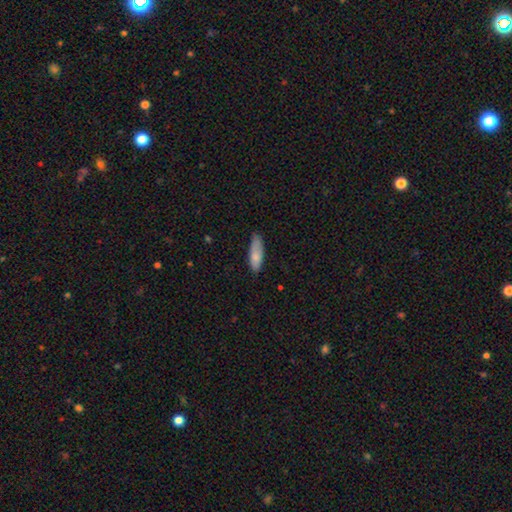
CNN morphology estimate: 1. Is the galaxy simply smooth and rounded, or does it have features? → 82% smooth, 12% featured or disk, 6% star or artifact.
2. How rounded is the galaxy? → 55% in between, 43% cigar-shaped, 2% round.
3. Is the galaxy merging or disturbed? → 65% none, 28% minor disturbance, 5% major disturbance, 2% merger.